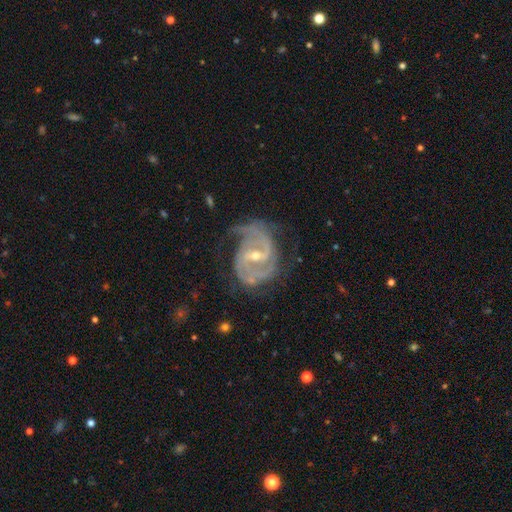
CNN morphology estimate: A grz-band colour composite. It shows a featured or disk galaxy (91%) with a weak bar (51%), 2 (61%) medium (48%) spiral arms (97%) and a small central bulge (53%). Merging: none (60%).